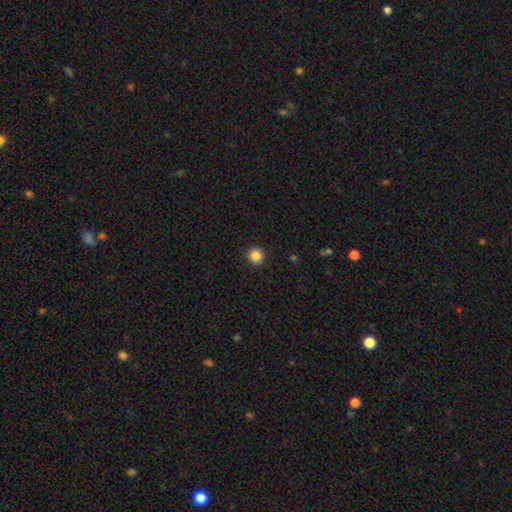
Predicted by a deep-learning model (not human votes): Smooth or featured? Predicted: smooth (p=0.86). How rounded? Predicted: round (p=0.95). Merging? Predicted: none (p=0.93).